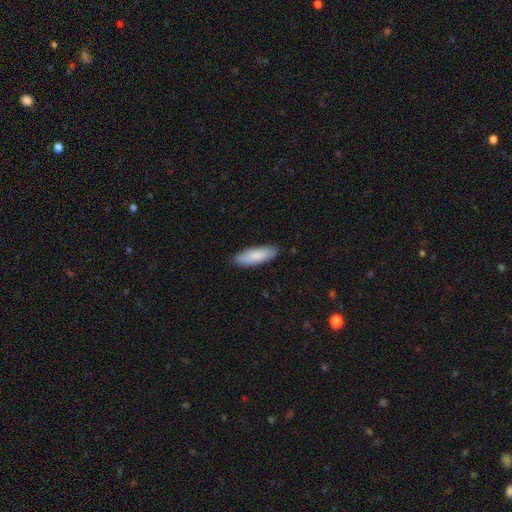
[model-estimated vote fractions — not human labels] Smooth or featured? smooth (86%)
How rounded? in between (55%)
Merging? none (87%)